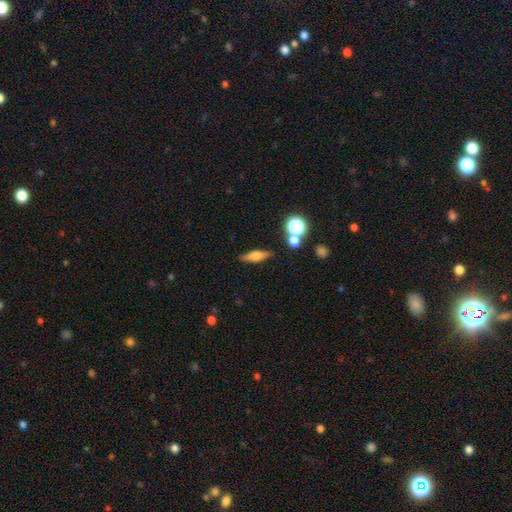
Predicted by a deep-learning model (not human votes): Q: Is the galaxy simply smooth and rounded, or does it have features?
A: smooth — 49%.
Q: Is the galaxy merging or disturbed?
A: none — 82%.